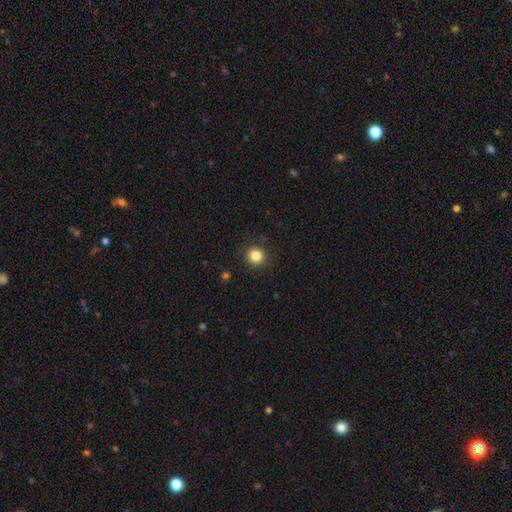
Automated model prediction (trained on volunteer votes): Smooth or featured?
  - smooth: 84% *
  - star or artifact: 12%
  - featured or disk: 5%
How rounded?
  - round: 94% *
  - in between: 5%
  - cigar-shaped: 1%
Merging?
  - none: 91% *
  - minor disturbance: 6%
  - major disturbance: 2%
  - merger: 1%